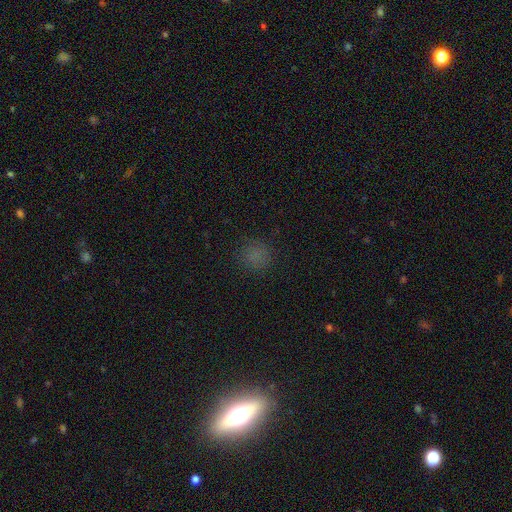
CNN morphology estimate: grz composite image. It shows a smooth galaxy with no disk features (76%) that is round (89%). Merging: none (86%).